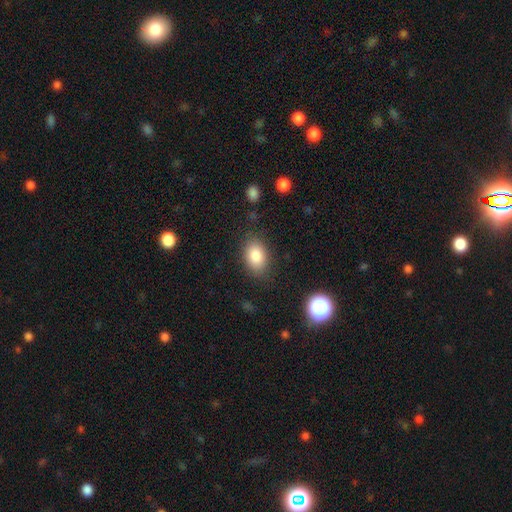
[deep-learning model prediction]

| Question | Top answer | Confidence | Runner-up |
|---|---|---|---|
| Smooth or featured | smooth | 85% | star or artifact (8%) |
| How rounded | in between | 83% | round (16%) |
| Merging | none | 82% | minor disturbance (12%) |